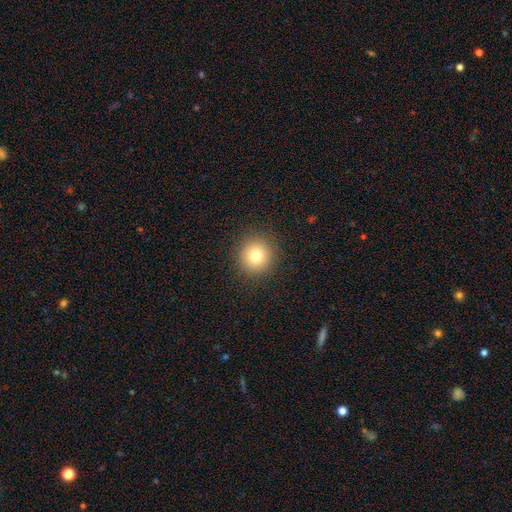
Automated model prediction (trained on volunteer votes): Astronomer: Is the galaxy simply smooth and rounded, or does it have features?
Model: smooth — 79%.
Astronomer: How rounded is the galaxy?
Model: round — 94%.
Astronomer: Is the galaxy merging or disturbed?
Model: none — 91%.